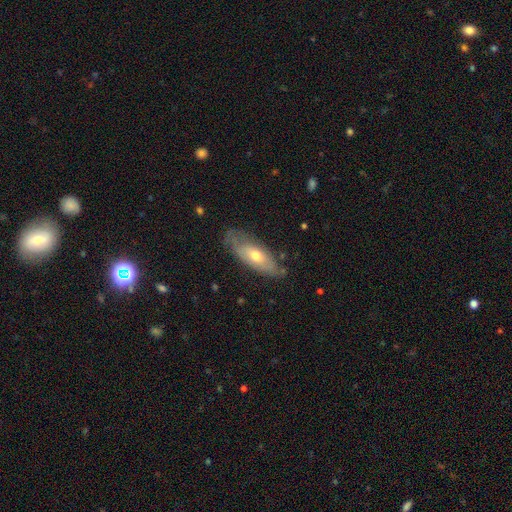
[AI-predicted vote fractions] Overall: featured or disk (48%; smooth 46%). Merging: none (66%; minor disturbance 26%).